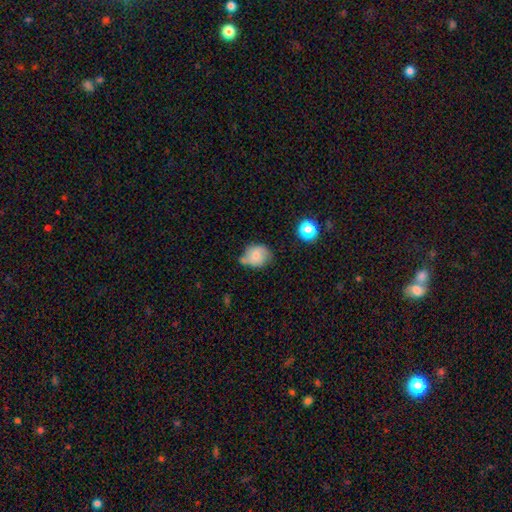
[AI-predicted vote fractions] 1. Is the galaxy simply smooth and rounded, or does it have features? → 70% smooth, 21% featured or disk, 10% star or artifact.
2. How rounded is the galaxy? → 69% round, 30% in between, 1% cigar-shaped.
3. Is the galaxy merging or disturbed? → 49% none, 30% minor disturbance, 13% merger, 7% major disturbance.